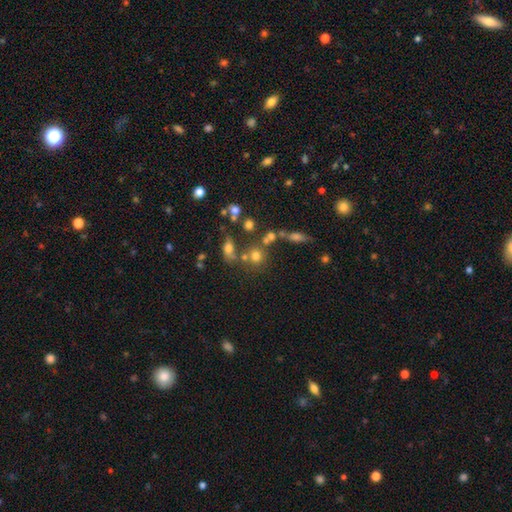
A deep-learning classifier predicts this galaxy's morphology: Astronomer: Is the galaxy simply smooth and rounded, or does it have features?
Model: smooth — 65%.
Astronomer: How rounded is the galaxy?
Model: round — 80%.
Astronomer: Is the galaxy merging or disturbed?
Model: none — 54%.